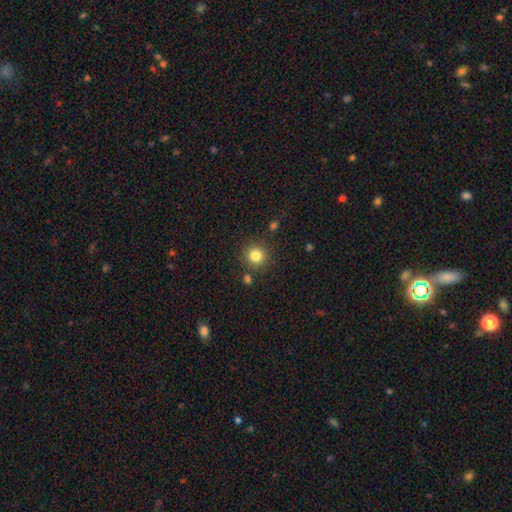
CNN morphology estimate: Q: Smooth or featured?
A: smooth (82%); runner-up: star or artifact (12%)
Q: How rounded?
A: round (93%); runner-up: in between (6%)
Q: Merging?
A: none (85%); runner-up: minor disturbance (7%)